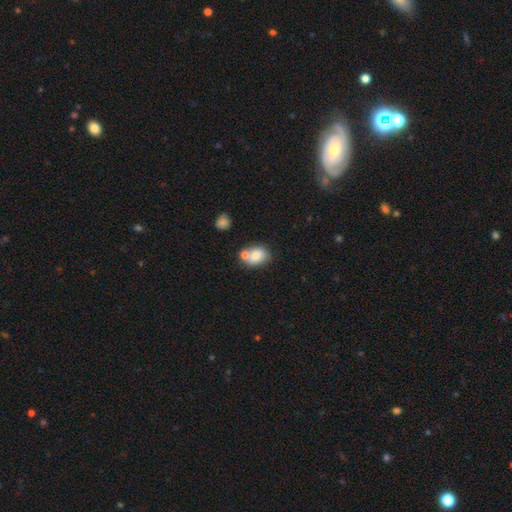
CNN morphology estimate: A smooth galaxy with no disk features (75%) that is in between round and cigar-shaped (65%).

Vote fractions:
- Smooth or featured? smooth: 75% / featured or disk: 16% / star or artifact: 9%
- How rounded? in between: 65% / round: 34% / cigar-shaped: 1%
- Merging? none: 45% / merger: 36% / minor disturbance: 15% / major disturbance: 5%